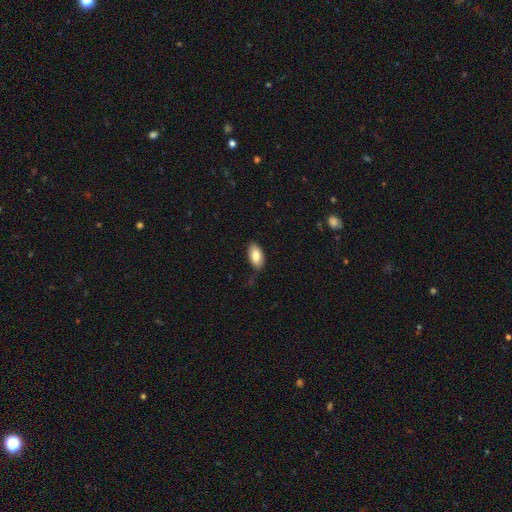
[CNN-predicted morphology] Overall: smooth (80%). How rounded: in between (94%). Merging: none (78%).